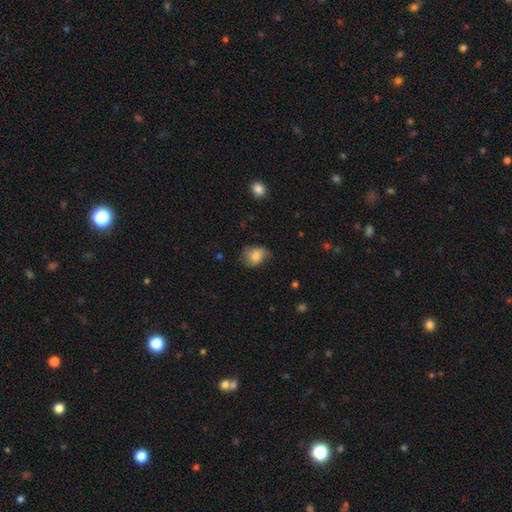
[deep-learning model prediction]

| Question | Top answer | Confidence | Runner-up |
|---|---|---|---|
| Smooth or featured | smooth | 75% | featured or disk (16%) |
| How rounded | in between | 50% | round (49%) |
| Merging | none | 53% | minor disturbance (35%) |